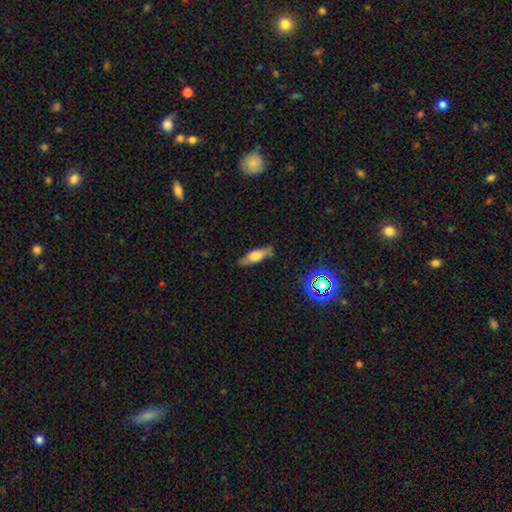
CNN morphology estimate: This appears to be a smooth galaxy with no disk features (55%) that is cigar-shaped (49%). Merging: none (80%).